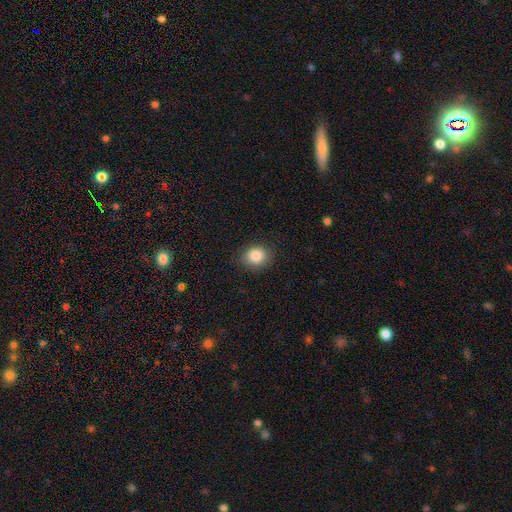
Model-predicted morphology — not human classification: This appears to be a smooth galaxy with no disk features (86%) that is round (64%). Merging: none (86%).